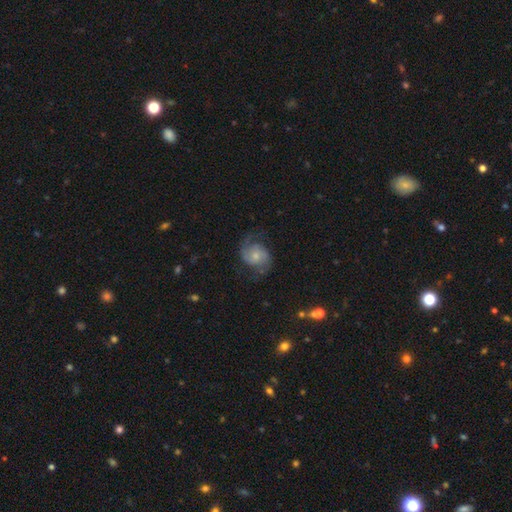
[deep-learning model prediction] Smooth or featured? Predicted: featured or disk (p=0.77). Edge-on disk? Predicted: no (p=0.98). Bar? Predicted: no (p=0.67). Spiral arms? Predicted: yes (p=0.95). Spiral winding? Predicted: medium (p=0.49). Spiral arm count? Predicted: 2 (p=0.88). Bulge size? Predicted: small (p=0.50). Merging? Predicted: none (p=0.66).